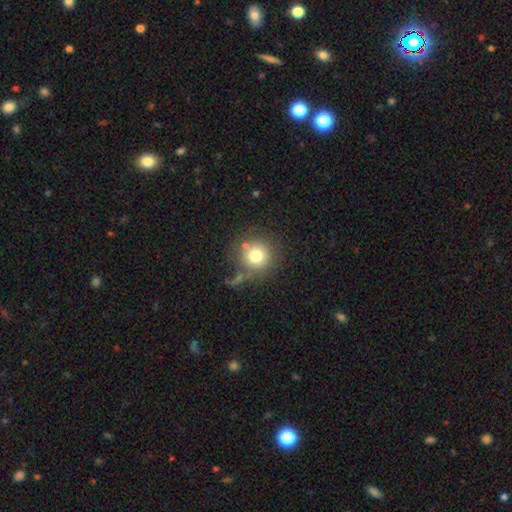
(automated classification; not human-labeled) smooth 76%, star or artifact 12%, featured or disk 12%. Down the decision tree: how rounded — round (93%); merging — none (72%).